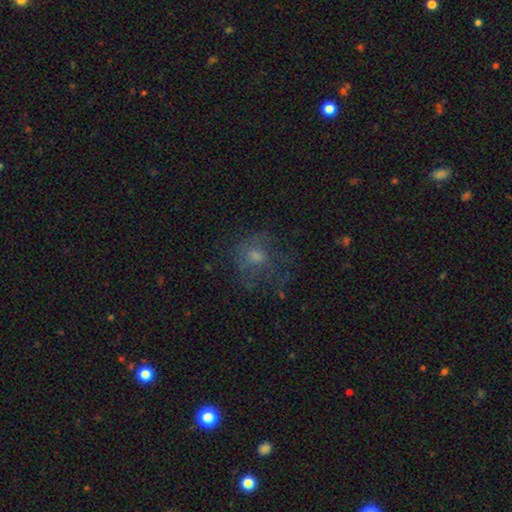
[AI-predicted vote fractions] smooth-or-featured: smooth: 47% | featured or disk: 36% | star or artifact: 17%
  merging: none: 50% | major disturbance: 28% | minor disturbance: 20% | merger: 2%